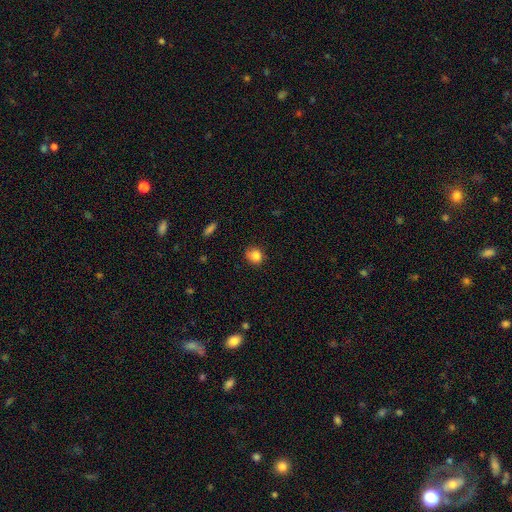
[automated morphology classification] This is clearly a smooth galaxy (83%). How rounded: likely round (72%). Merging: likely none (70%).